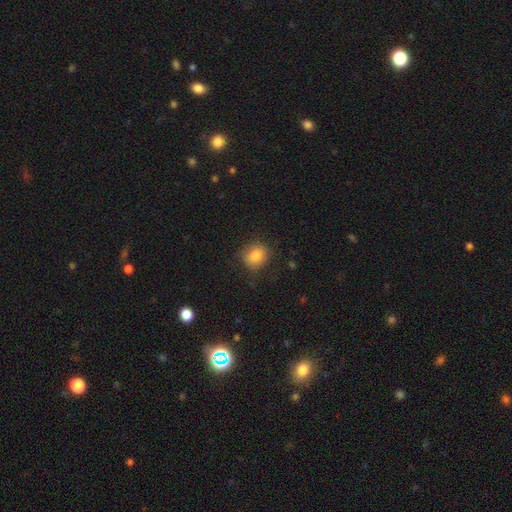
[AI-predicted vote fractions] The model was most divided on "how rounded": round: 76%, in between: 23%, cigar-shaped: 1%. More confident: smooth or featured — smooth (82%); merging — none (80%).